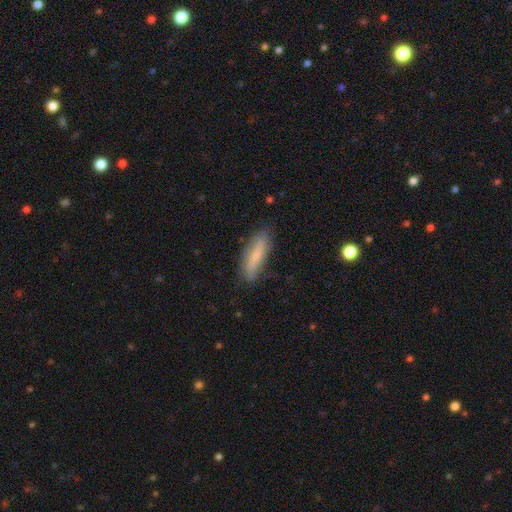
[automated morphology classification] A smooth galaxy with no disk features (60%) that is cigar-shaped (56%). Merging: none (77%).